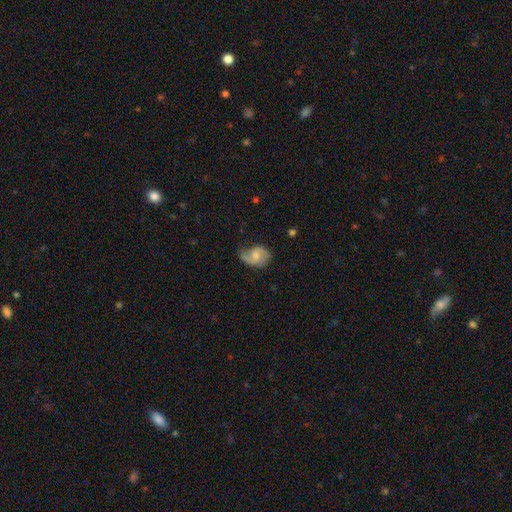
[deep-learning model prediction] Smooth or featured: featured or disk — 65% (smooth — 28%)
Edge-on disk: no — 97% (yes — 3%)
Bar: no — 48% (weak — 44%)
Spiral arms: yes — 92% (no — 8%)
Spiral winding: medium — 44% (loose — 40%)
Spiral arm count: 2 — 81% (1 — 10%)
Bulge size: moderate — 46% (small — 34%)
Merging: none — 58% (minor disturbance — 28%)